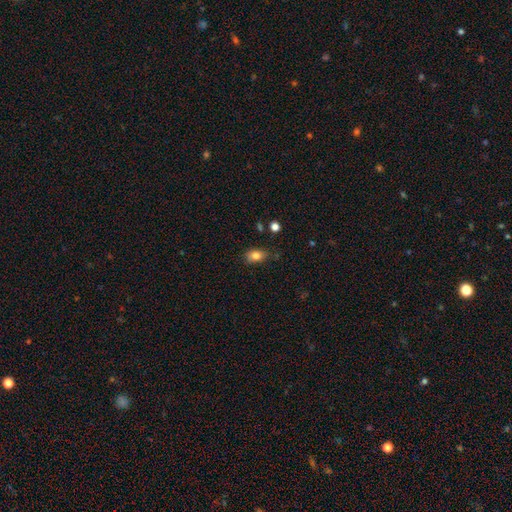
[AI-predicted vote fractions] A smooth galaxy with no disk features (82%) that is in between round and cigar-shaped (78%). Merging: none (71%).